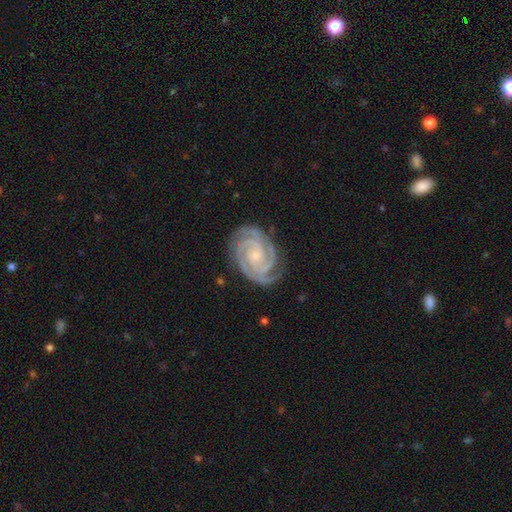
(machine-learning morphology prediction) A featured or disk galaxy (93%) with no bar (64%), 2 (47%) tight (83%) spiral arms (99%) and a small central bulge (73%).

Vote fractions:
- Smooth or featured? featured or disk: 93% / star or artifact: 4% / smooth: 3%
- Edge-on disk? no: 98% / yes: 2%
- Bar? no: 64% / weak: 24% / strong: 12%
- Spiral arms? yes: 99% / no: 1%
- Spiral winding? tight: 83% / medium: 16% / loose: 1%
- Spiral arm count? 2: 47% / 3: 31% / 4: 9% / can't tell: 5% / more than 4: 4% / 1: 4%
- Bulge size? small: 73% / moderate: 20% / none: 5% / large: 1% / dominant: 1%
- Merging? none: 82% / minor disturbance: 13% / major disturbance: 3% / merger: 1%